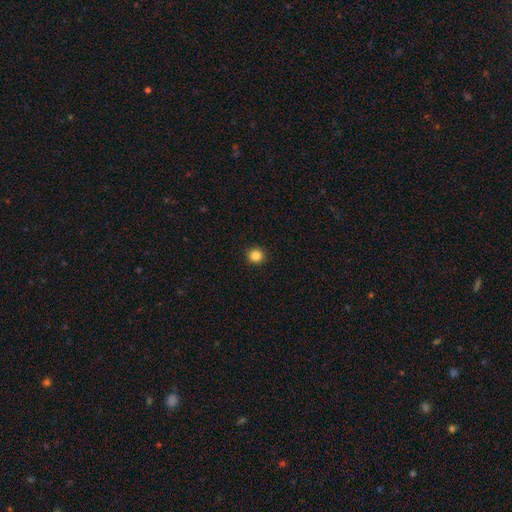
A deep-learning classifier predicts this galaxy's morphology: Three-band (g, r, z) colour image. It shows a smooth galaxy with no disk features (85%) that is round (94%). Merging: none (93%).